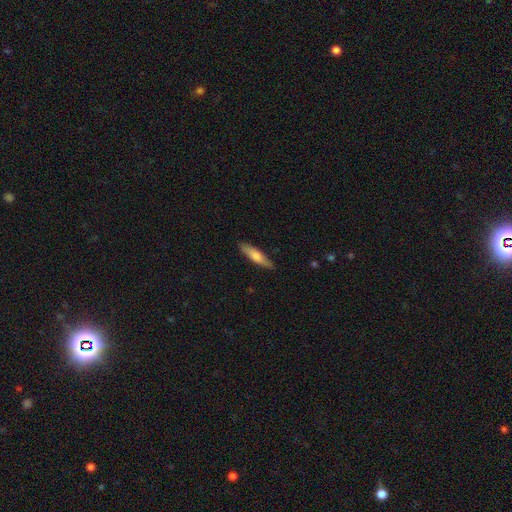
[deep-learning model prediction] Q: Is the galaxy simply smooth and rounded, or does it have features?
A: smooth — 68%.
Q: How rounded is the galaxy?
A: cigar-shaped — 75%.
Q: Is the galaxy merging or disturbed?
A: none — 88%.